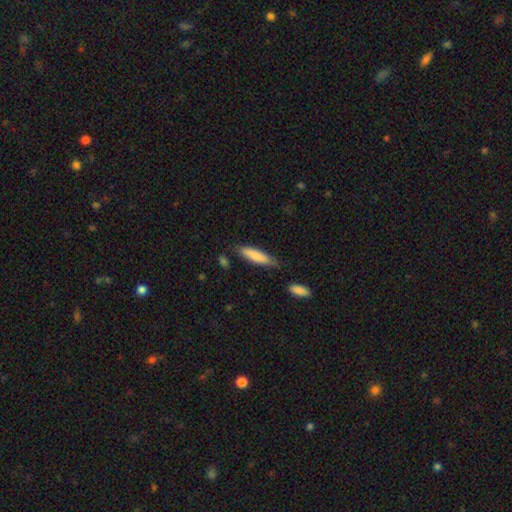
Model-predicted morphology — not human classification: smooth-or-featured: smooth: 81% | featured or disk: 14% | star or artifact: 6%
  how-rounded: cigar-shaped: 74% | in between: 25% | round: 1%
  merging: none: 71% | minor disturbance: 21% | major disturbance: 4% | merger: 4%